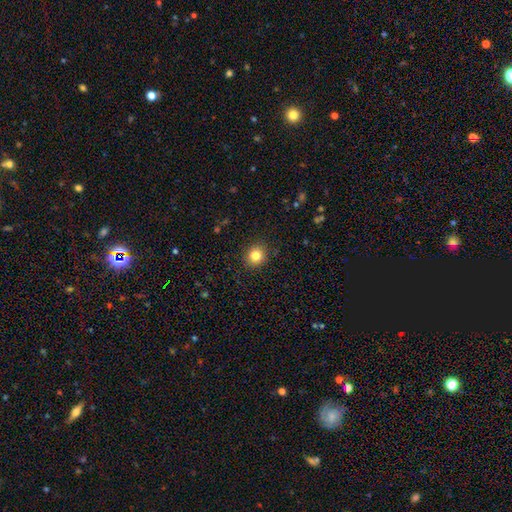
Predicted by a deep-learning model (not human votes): This appears to be a smooth galaxy with no disk features (82%) that is round (83%). Merging: none (90%).